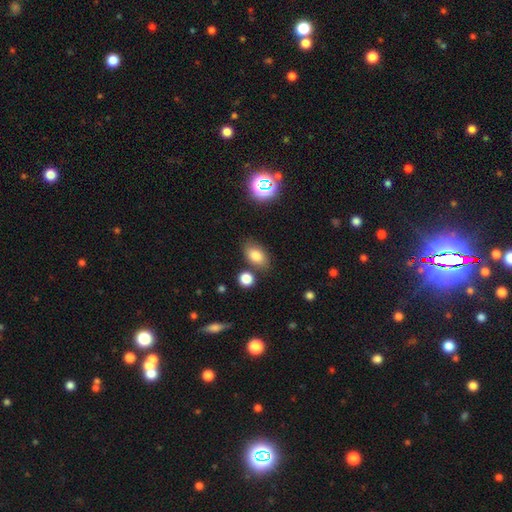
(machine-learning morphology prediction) A smooth galaxy with no disk features (79%) that is in between round and cigar-shaped (87%).

Vote fractions:
- Smooth or featured? smooth: 79% / star or artifact: 12% / featured or disk: 10%
- How rounded? in between: 87% / round: 11% / cigar-shaped: 2%
- Merging? none: 75% / minor disturbance: 13% / merger: 8% / major disturbance: 4%